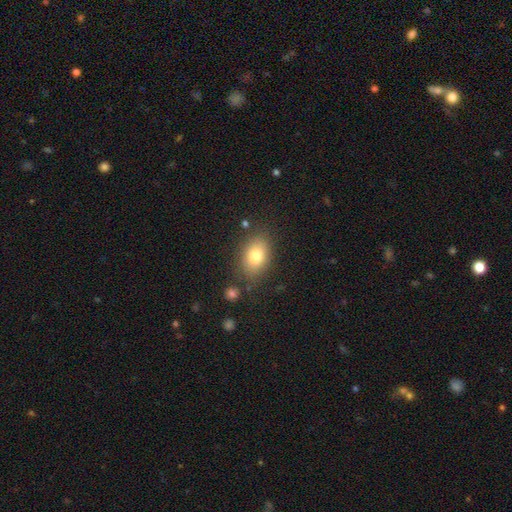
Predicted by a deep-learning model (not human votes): Smooth or featured?
  - smooth: 78% *
  - featured or disk: 12%
  - star or artifact: 10%
How rounded?
  - in between: 79% *
  - round: 20%
  - cigar-shaped: 1%
Merging?
  - none: 80% *
  - minor disturbance: 12%
  - major disturbance: 4%
  - merger: 3%